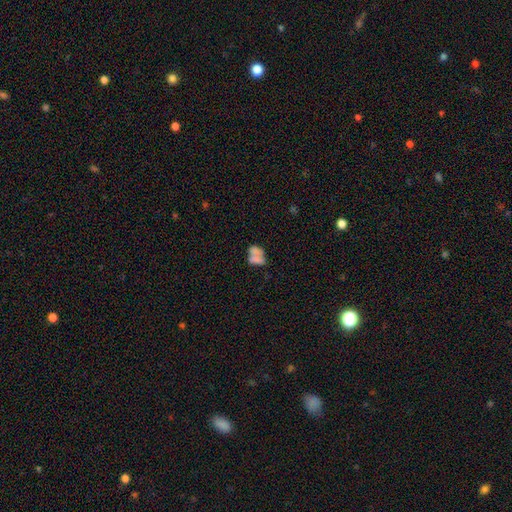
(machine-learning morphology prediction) A smooth galaxy with no disk features (60%) that is in between round and cigar-shaped (75%).

Vote fractions:
- Smooth or featured? smooth: 60% / featured or disk: 28% / star or artifact: 12%
- How rounded? in between: 75% / round: 22% / cigar-shaped: 3%
- Merging? merger: 41% / none: 29% / minor disturbance: 17% / major disturbance: 14%